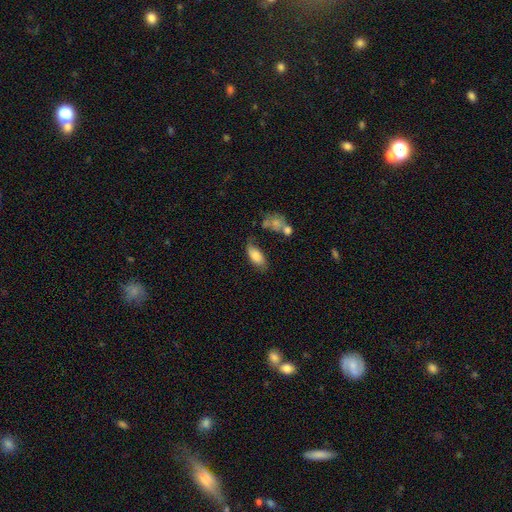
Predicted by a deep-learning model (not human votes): Overall: smooth (79%). How rounded: in between (88%). Merging: none (53%; minor disturbance 27%).